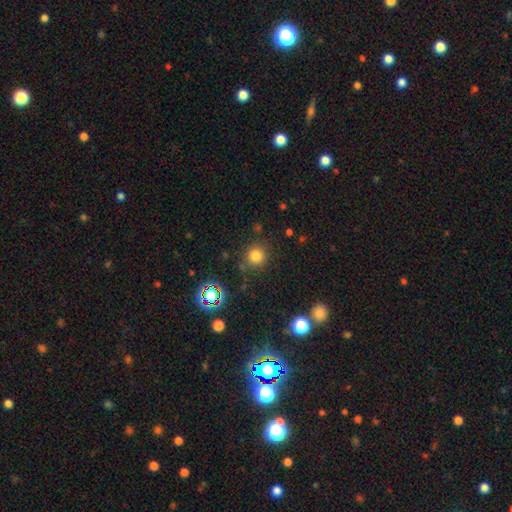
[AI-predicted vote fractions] smooth-or-featured: smooth: 76% | star or artifact: 18% | featured or disk: 6%
  how-rounded: round: 94% | in between: 5% | cigar-shaped: 1%
  merging: none: 84% | minor disturbance: 9% | major disturbance: 4% | merger: 4%